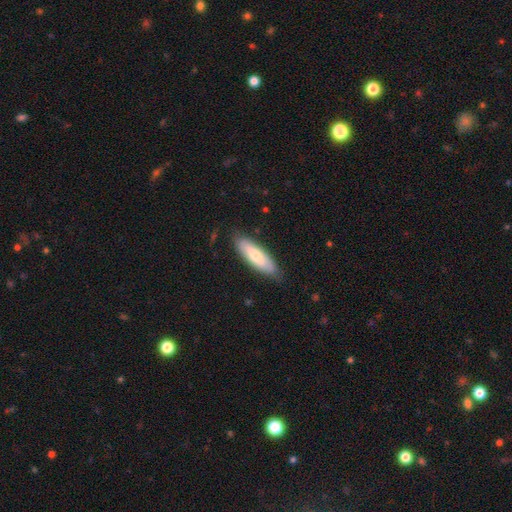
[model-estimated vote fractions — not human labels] This is likely a smooth galaxy (67%). How rounded: possibly in between (51%). Merging: clearly none (81%).